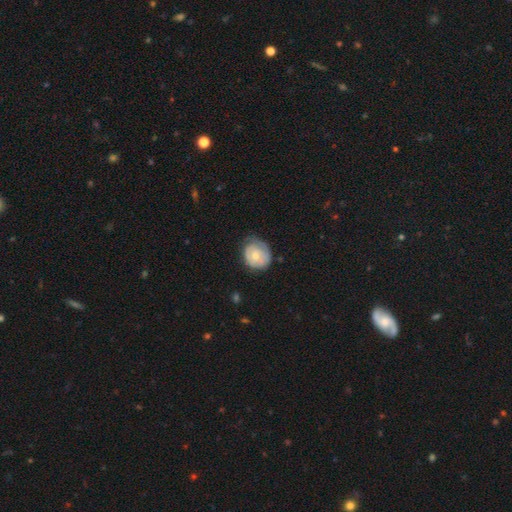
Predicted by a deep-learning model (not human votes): Smooth or featured? Predicted: featured or disk (p=0.48). Merging? Predicted: none (p=0.54).